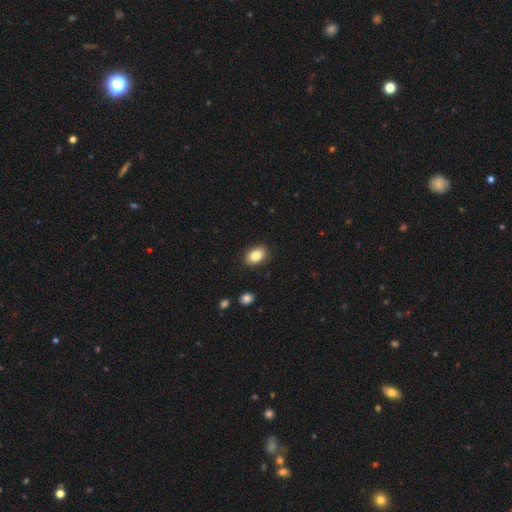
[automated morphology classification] This is clearly a smooth galaxy (85%). How rounded: clearly in between (83%). Merging: clearly none (88%).